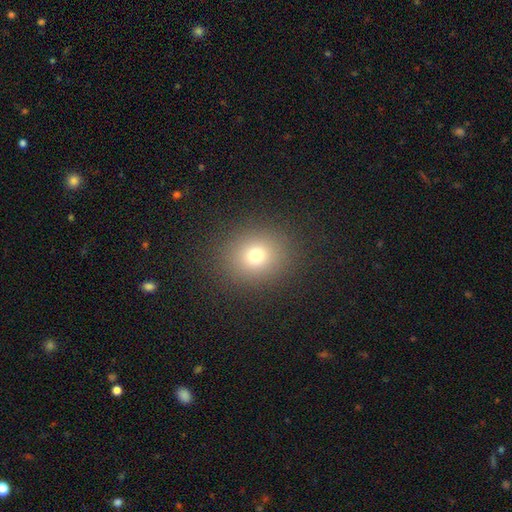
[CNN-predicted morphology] smooth_or_featured: smooth (p=0.72) [alt: star or artifact p=0.18]
how_rounded: round (p=0.79) [alt: in between p=0.20]
merging: none (p=0.88) [alt: minor disturbance p=0.07]